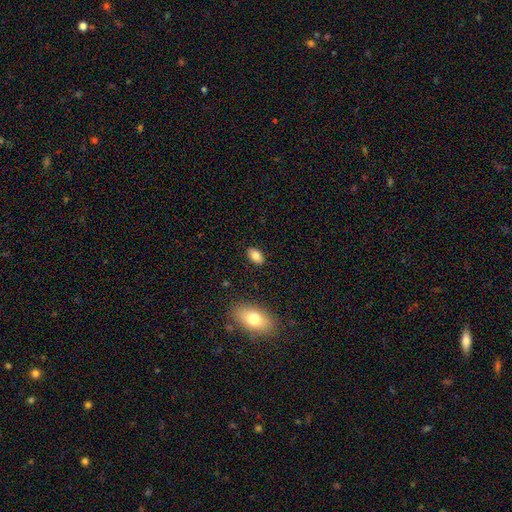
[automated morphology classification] smooth 83%, featured or disk 9%, star or artifact 8%. Down the decision tree: how rounded — in between (90%); merging — none (87%).